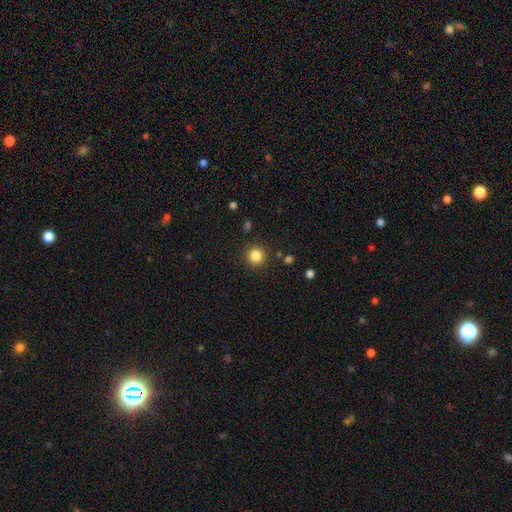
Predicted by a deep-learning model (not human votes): Smooth or featured? smooth (84%)
How rounded? round (94%)
Merging? none (90%)